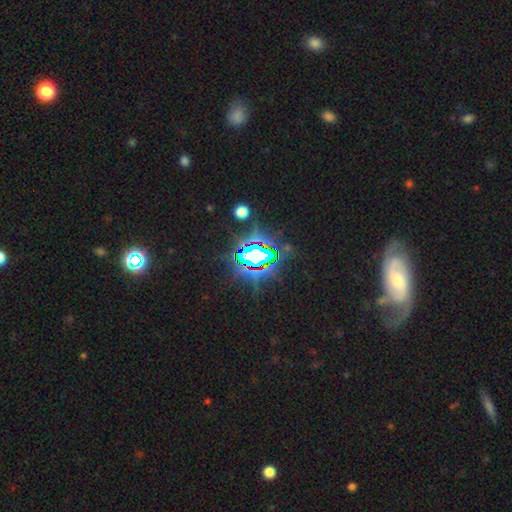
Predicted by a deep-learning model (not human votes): star or artifact 79%, featured or disk 11%, smooth 11%.